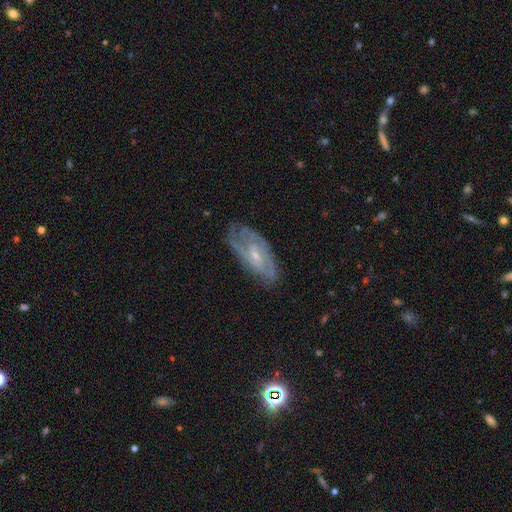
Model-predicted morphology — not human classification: smooth-or-featured: featured or disk: 83% | smooth: 12% | star or artifact: 5%
  disk-edge-on: no: 93% | yes: 7%
    bar: weak: 47% | no: 42% | strong: 11%
    has-spiral-arms: yes: 92% | no: 8%
      spiral-winding: tight: 53% | medium: 38% | loose: 10%
      spiral-arm-count: 2: 41% | can't tell: 30% | 3: 16% | 4: 5% | 1: 5% | more than 4: 4%
    bulge-size: small: 63% | moderate: 33% | none: 2% | large: 1% | dominant: 1%
  merging: none: 66% | minor disturbance: 23% | major disturbance: 9% | merger: 2%